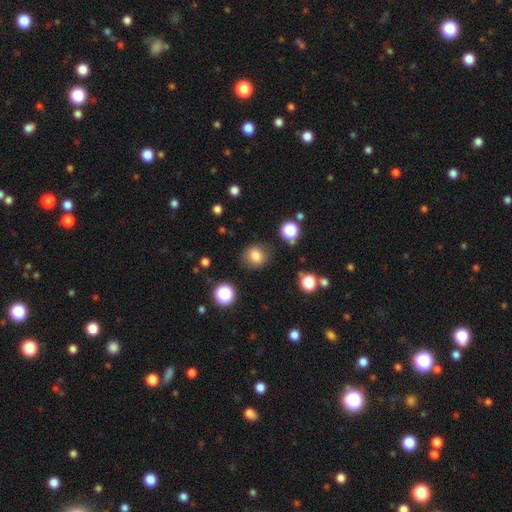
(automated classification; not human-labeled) Smooth or featured? smooth (81%)
How rounded? round (81%)
Merging? none (84%)